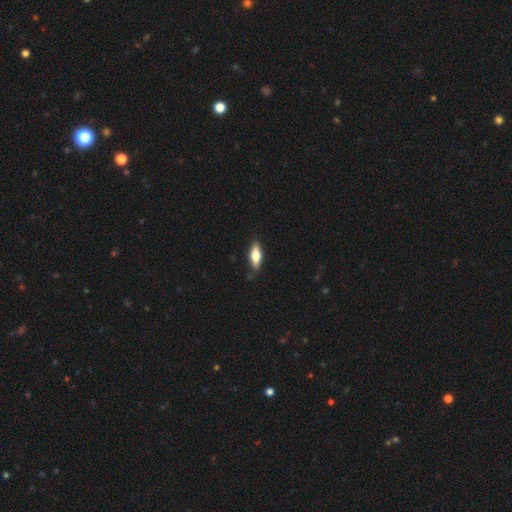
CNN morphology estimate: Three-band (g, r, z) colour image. It shows a smooth galaxy with no disk features (63%) that is in between round and cigar-shaped (64%). Merging: none (85%).